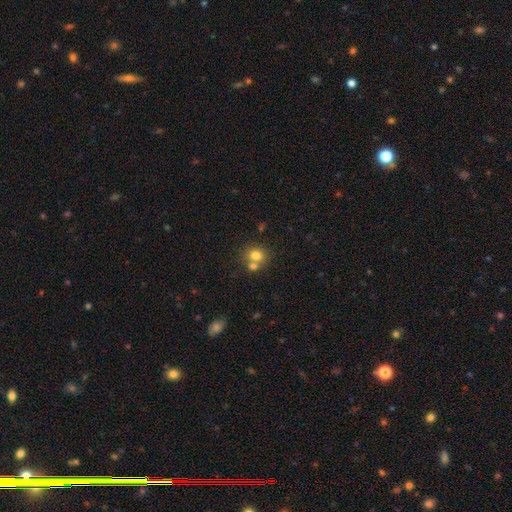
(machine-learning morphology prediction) smooth 78%, star or artifact 12%, featured or disk 10%. Down the decision tree: how rounded — round (76%); merging — none (53%).